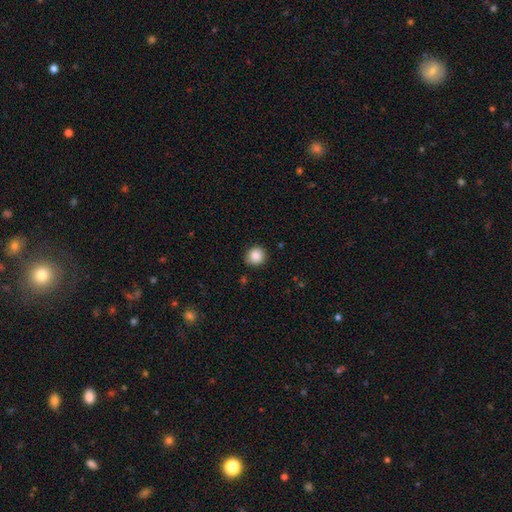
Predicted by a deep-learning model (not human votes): Smooth or featured? Predicted: smooth (p=0.87). How rounded? Predicted: round (p=0.91). Merging? Predicted: none (p=0.85).